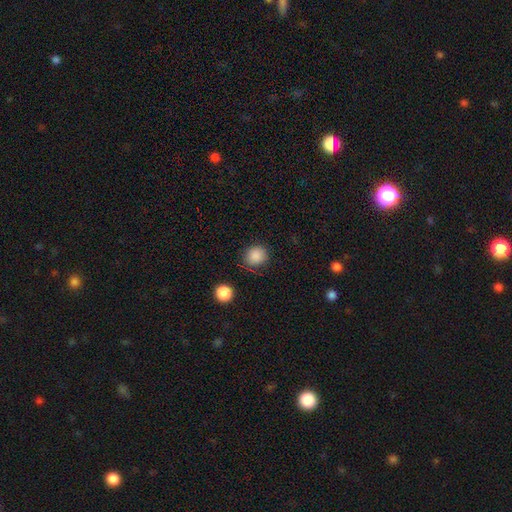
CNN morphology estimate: This is clearly a smooth galaxy (87%). How rounded: clearly round (85%). Merging: clearly none (81%).